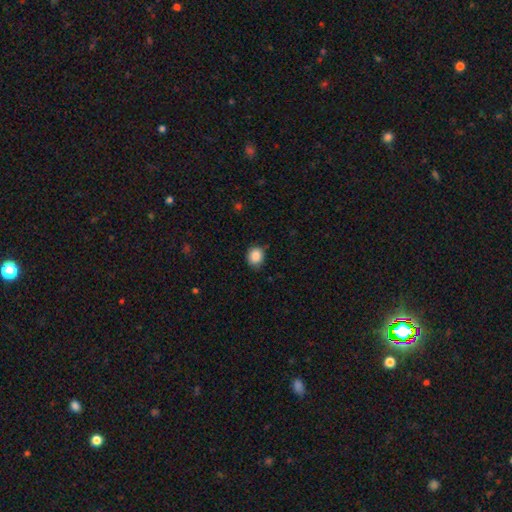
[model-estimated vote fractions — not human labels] This appears to be a smooth galaxy with no disk features (88%) that is round (69%). Merging: none (79%).